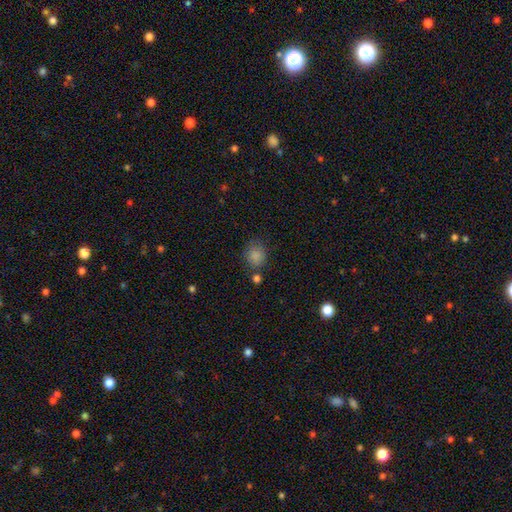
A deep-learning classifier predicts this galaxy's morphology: Smooth or featured?
  - smooth: 84% *
  - star or artifact: 11%
  - featured or disk: 5%
How rounded?
  - round: 70% *
  - in between: 29%
  - cigar-shaped: 1%
Merging?
  - none: 67% *
  - minor disturbance: 18%
  - merger: 8%
  - major disturbance: 6%